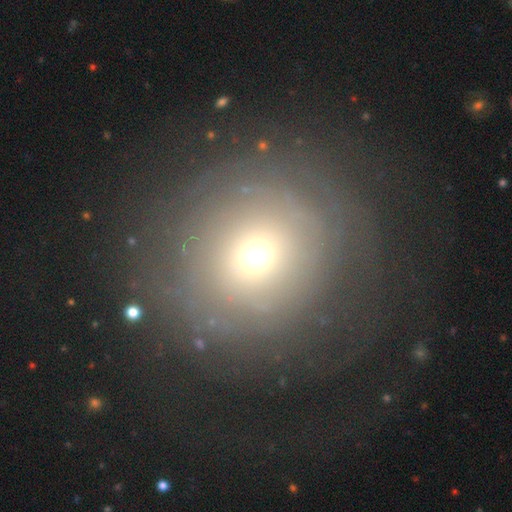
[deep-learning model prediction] This appears to be a smooth galaxy with no disk features (50%) that is round (90%). Merging: none (73%).